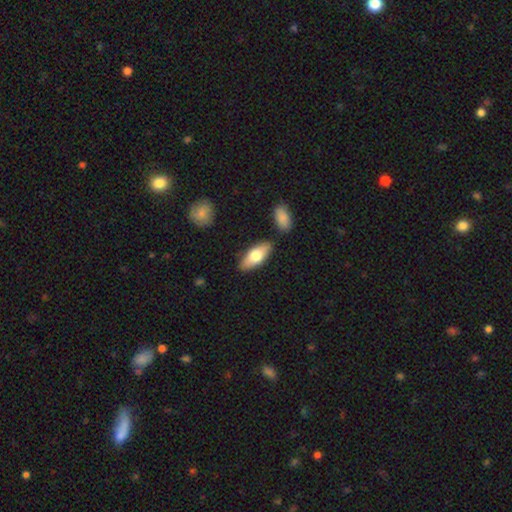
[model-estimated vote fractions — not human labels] Smooth or featured? smooth (70%)
How rounded? in between (79%)
Merging? none (83%)